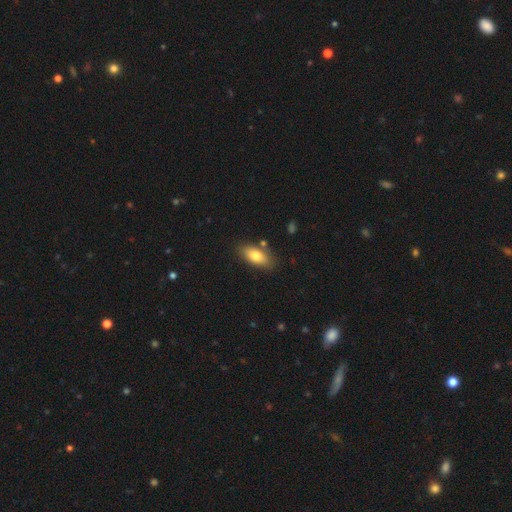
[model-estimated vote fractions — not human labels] Smooth or featured?
  - smooth: 78% *
  - featured or disk: 15%
  - star or artifact: 7%
How rounded?
  - in between: 87% *
  - cigar-shaped: 9%
  - round: 4%
Merging?
  - none: 80% *
  - minor disturbance: 13%
  - merger: 5%
  - major disturbance: 3%